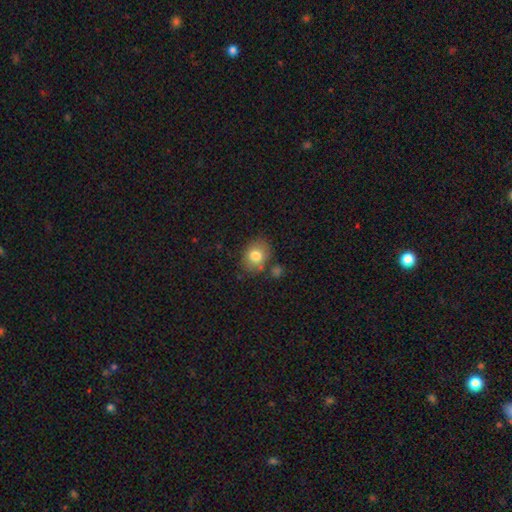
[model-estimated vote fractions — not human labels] Morphology: type=smooth (79%); roundness=round (52%); merging=none (70%).